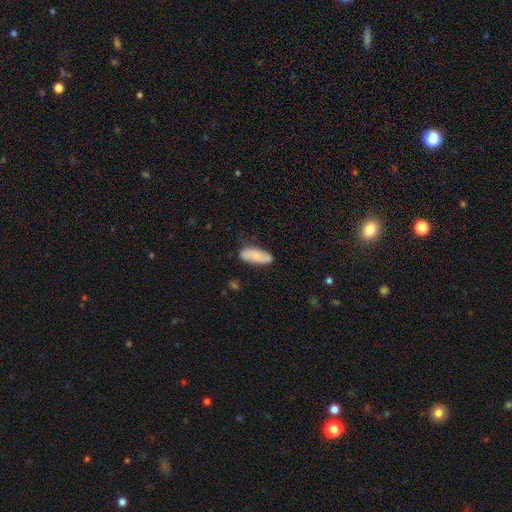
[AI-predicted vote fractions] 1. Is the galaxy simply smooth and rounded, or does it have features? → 72% smooth, 22% featured or disk, 6% star or artifact.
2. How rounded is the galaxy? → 76% in between, 21% cigar-shaped, 2% round.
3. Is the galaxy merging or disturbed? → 77% none, 18% minor disturbance, 3% major disturbance, 2% merger.